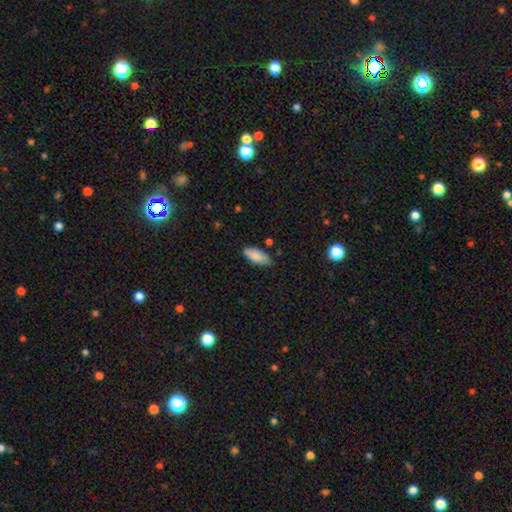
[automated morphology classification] Smooth or featured?
  - smooth: 86% *
  - featured or disk: 7%
  - star or artifact: 7%
How rounded?
  - in between: 83% *
  - cigar-shaped: 16%
  - round: 2%
Merging?
  - none: 76% *
  - minor disturbance: 19%
  - major disturbance: 3%
  - merger: 2%